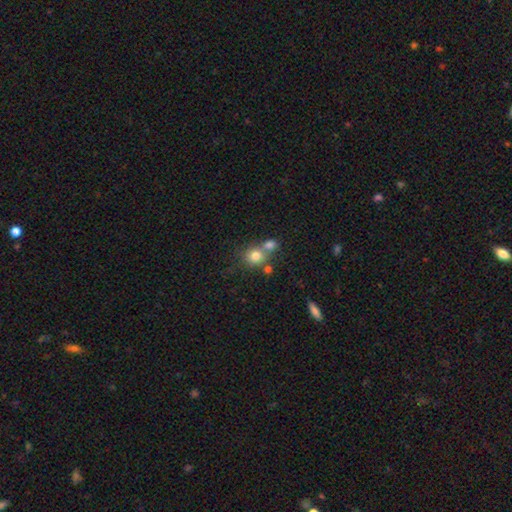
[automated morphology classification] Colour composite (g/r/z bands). It shows a smooth galaxy with no disk features (78%) that is round (82%). Merging: none (45%).